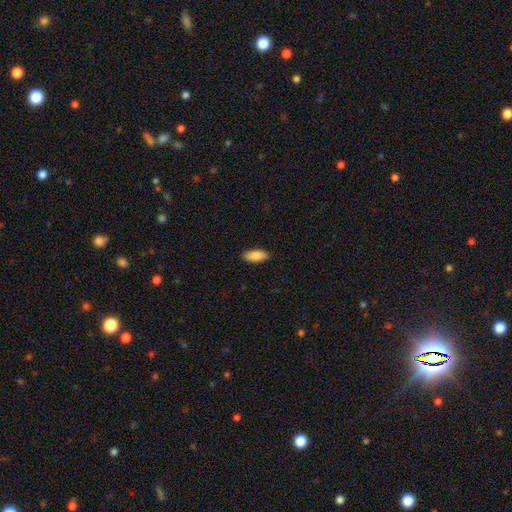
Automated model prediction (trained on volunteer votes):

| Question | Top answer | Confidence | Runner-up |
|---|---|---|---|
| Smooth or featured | smooth | 86% | featured or disk (8%) |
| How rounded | in between | 85% | cigar-shaped (13%) |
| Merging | none | 90% | minor disturbance (8%) |